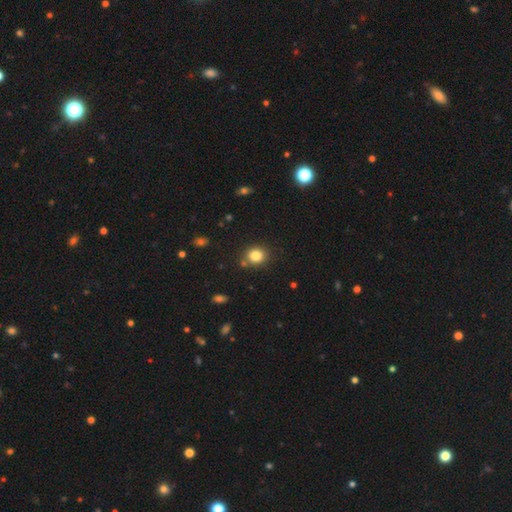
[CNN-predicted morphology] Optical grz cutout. It shows a smooth galaxy with no disk features (83%) that is round (80%). Merging: none (80%).